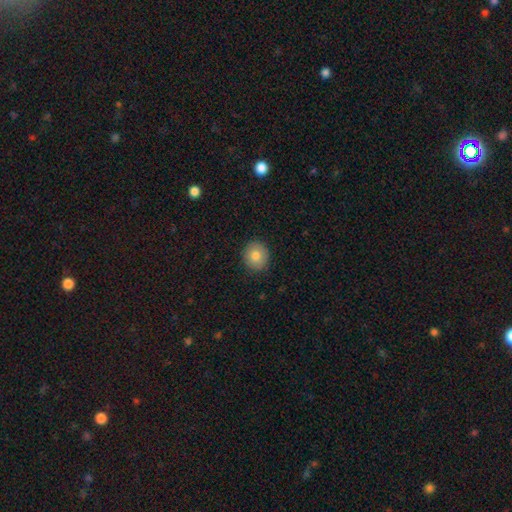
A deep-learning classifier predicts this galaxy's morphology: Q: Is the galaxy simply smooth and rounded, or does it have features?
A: smooth — 81%.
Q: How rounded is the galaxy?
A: round — 85%.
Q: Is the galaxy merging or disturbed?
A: none — 90%.